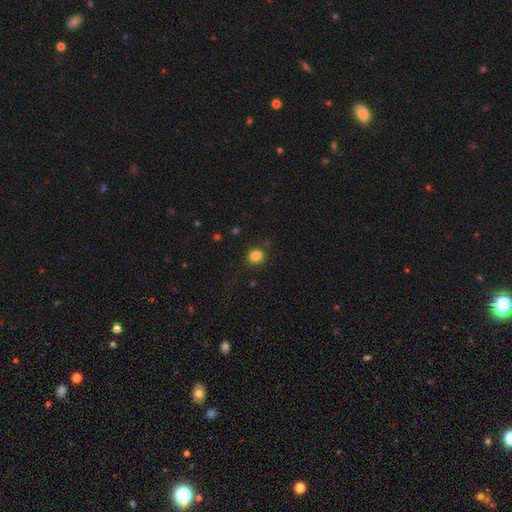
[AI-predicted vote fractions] Morphology: type=smooth (82%); roundness=round (50%); merging=none (69%).